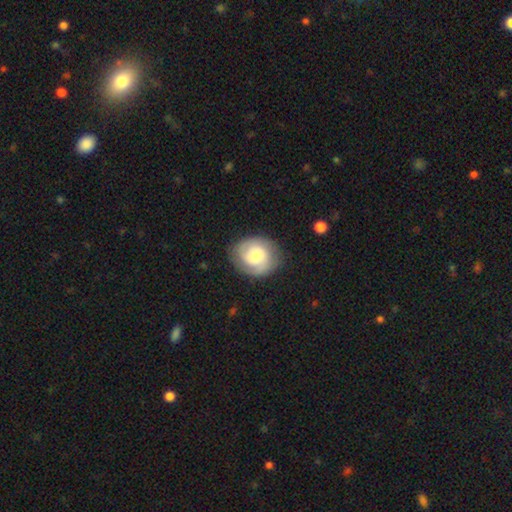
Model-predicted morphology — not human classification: Smooth or featured: featured or disk — 54% (smooth — 40%)
Edge-on disk: no — 97% (yes — 3%)
Bar: no — 69% (weak — 26%)
Spiral arms: yes — 86% (no — 14%)
Bulge size: moderate — 49% (small — 35%)
Merging: none — 79% (minor disturbance — 14%)